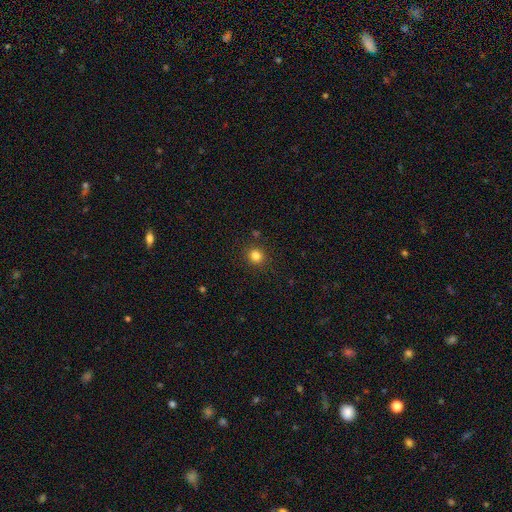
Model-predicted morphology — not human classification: Smooth or featured? Predicted: smooth (p=0.82). How rounded? Predicted: round (p=0.90). Merging? Predicted: none (p=0.89).